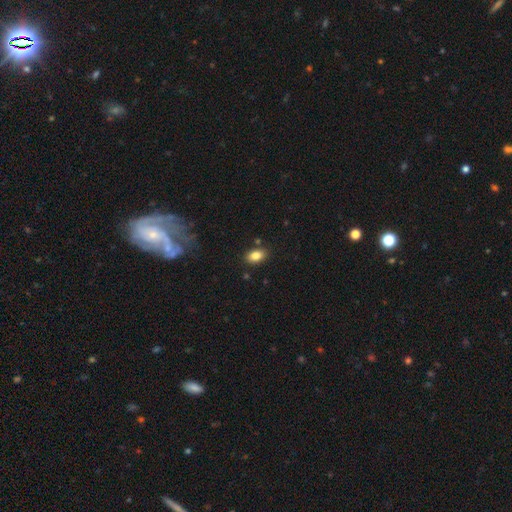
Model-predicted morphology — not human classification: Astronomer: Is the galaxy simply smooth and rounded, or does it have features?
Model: smooth — 84%.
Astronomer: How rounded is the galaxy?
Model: in between — 87%.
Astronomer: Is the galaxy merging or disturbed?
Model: none — 84%.